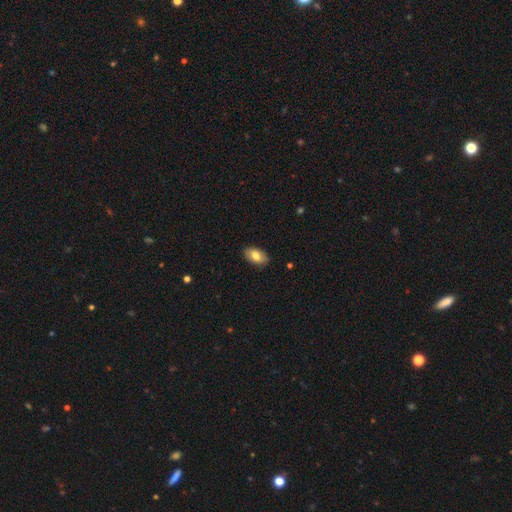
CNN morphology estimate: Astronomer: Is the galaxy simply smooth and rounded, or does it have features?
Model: smooth — 79%.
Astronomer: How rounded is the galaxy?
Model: in between — 93%.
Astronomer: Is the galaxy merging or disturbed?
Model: none — 87%.